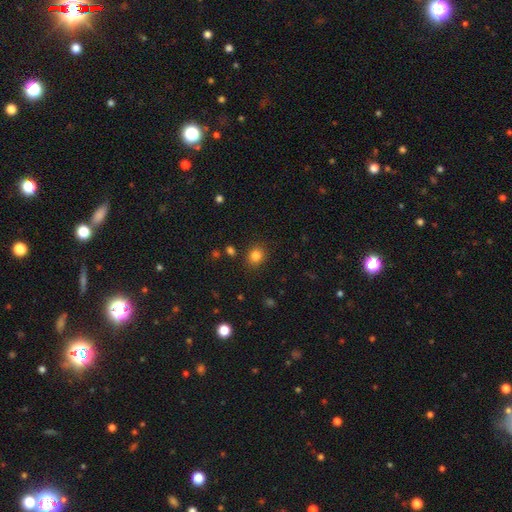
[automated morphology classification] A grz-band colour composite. It shows a smooth galaxy with no disk features (82%) that is round (66%). Merging: none (86%).